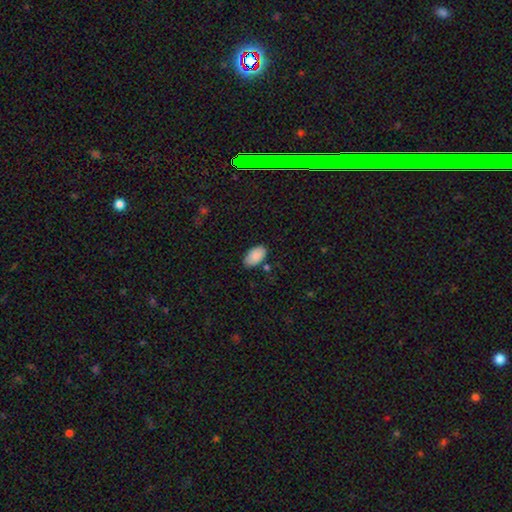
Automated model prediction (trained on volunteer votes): Smooth or featured? smooth (89%)
How rounded? in between (95%)
Merging? none (81%)